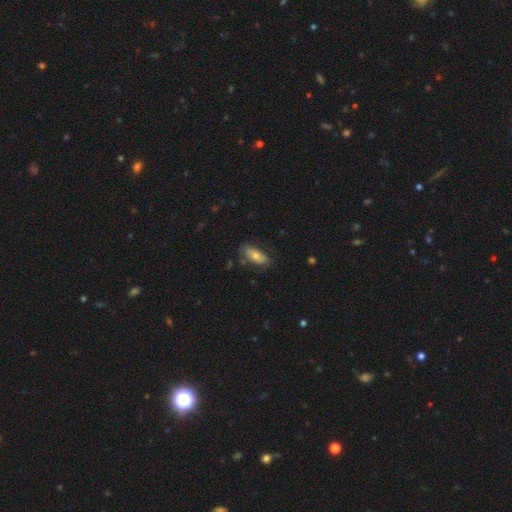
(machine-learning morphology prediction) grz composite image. It shows a smooth galaxy with no disk features (65%) that is in between round and cigar-shaped (84%). Merging: none (73%).